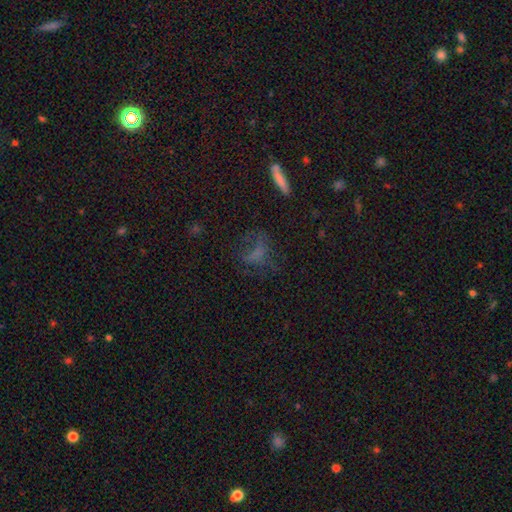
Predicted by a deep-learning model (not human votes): smooth_or_featured: smooth (p=0.43) [alt: featured or disk p=0.31]
merging: none (p=0.48) [alt: major disturbance p=0.30]